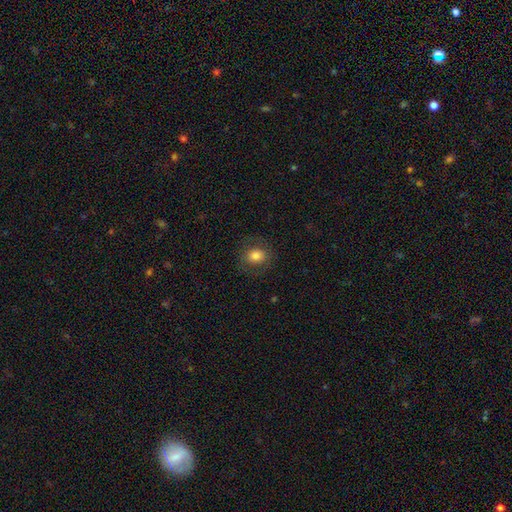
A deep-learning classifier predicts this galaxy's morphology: smooth_or_featured: smooth (p=0.77) [alt: featured or disk p=0.14]
how_rounded: round (p=0.70) [alt: in between p=0.29]
merging: none (p=0.81) [alt: minor disturbance p=0.12]